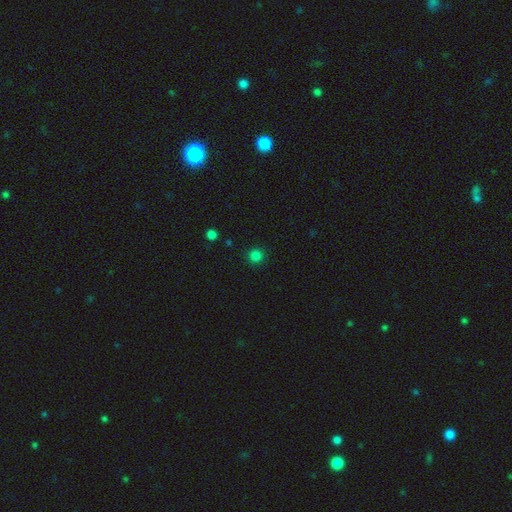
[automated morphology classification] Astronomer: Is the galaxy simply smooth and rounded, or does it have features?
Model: smooth — 82%.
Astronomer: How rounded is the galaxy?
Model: round — 94%.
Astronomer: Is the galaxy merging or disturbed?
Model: none — 91%.